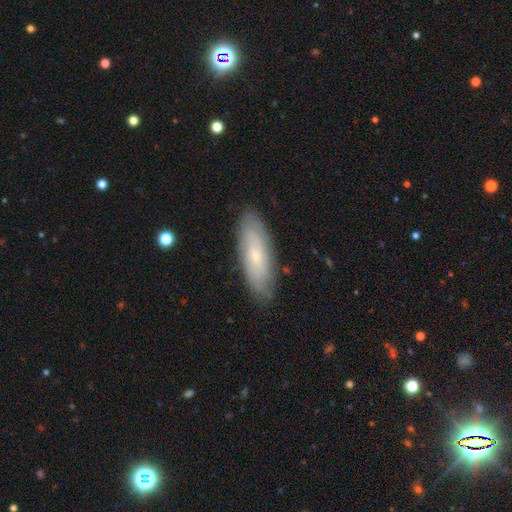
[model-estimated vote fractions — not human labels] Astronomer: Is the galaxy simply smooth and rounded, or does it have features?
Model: smooth — 49% (runner-up: featured or disk, 44%).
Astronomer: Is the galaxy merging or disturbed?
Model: none — 84%.